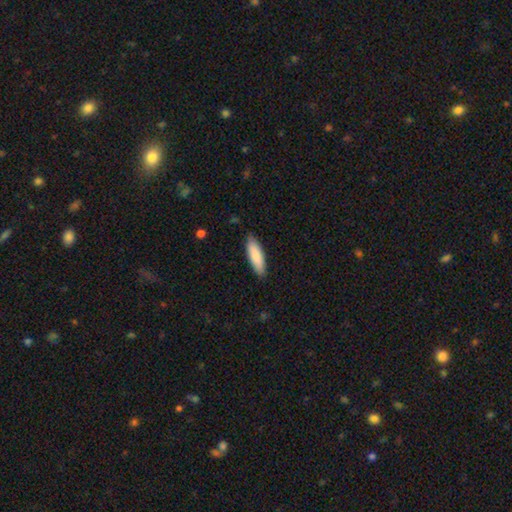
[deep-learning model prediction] Overall: smooth (86%). How rounded: cigar-shaped (52%; in between 46%). Merging: none (87%).